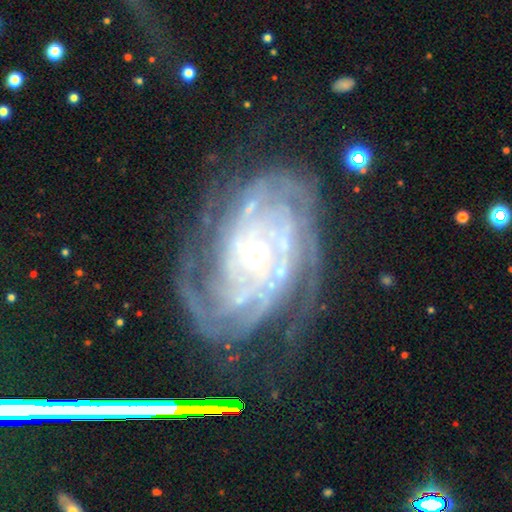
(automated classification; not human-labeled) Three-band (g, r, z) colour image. It shows a featured or disk galaxy (90%) with no bar (66%), 2 (23%) tight (68%) spiral arms (97%) and a small central bulge (64%). Merging: none (65%).